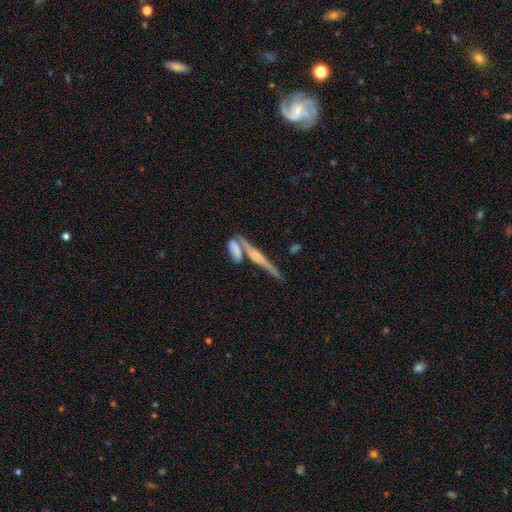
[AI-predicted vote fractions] Smooth or featured? featured or disk (65%)
Edge-on disk? yes (92%)
Edge-on bulge? rounded (66%)
Merging? none (55%)